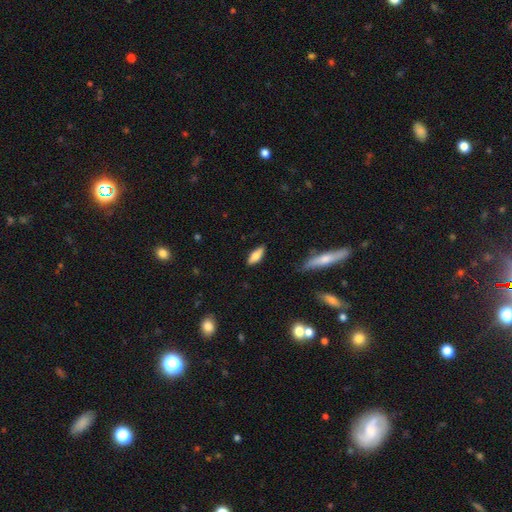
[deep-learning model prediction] Smooth or featured? smooth (76%)
How rounded? in between (74%)
Merging? none (85%)